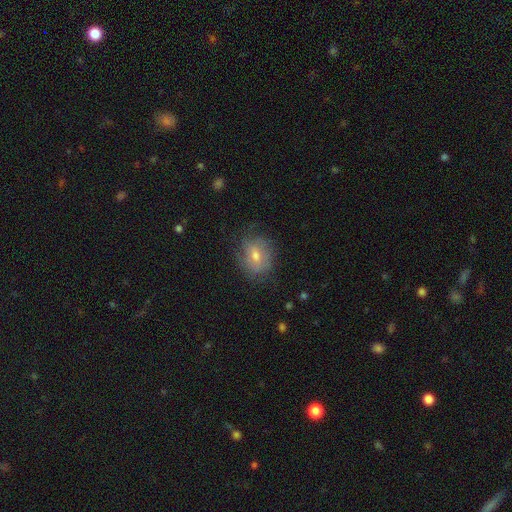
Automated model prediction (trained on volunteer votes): A smooth galaxy with no disk features (51%) that is round (52%). Merging: none (68%).